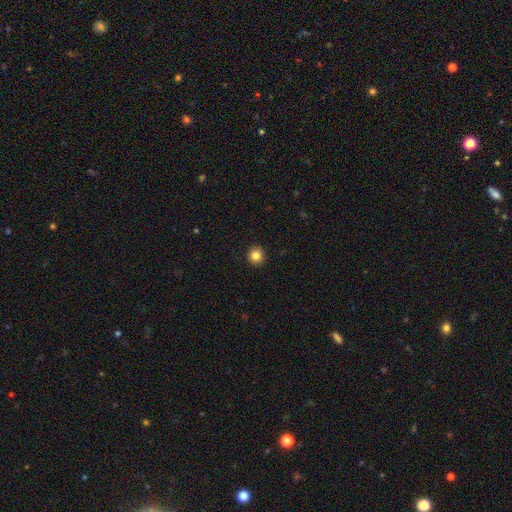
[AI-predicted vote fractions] Overall: smooth (83%). How rounded: round (93%). Merging: none (93%).